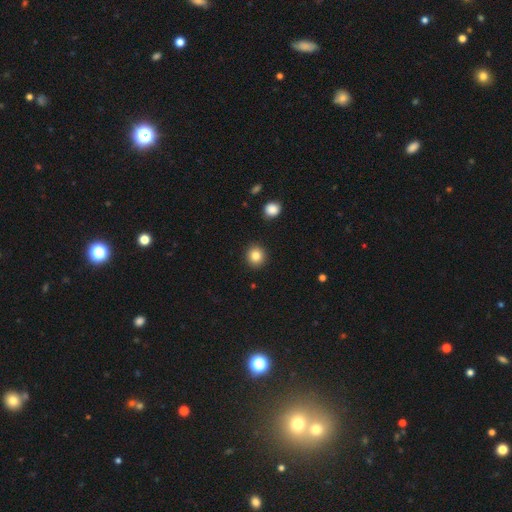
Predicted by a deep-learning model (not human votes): Smooth or featured? Predicted: smooth (p=0.84). How rounded? Predicted: round (p=0.89). Merging? Predicted: none (p=0.92).